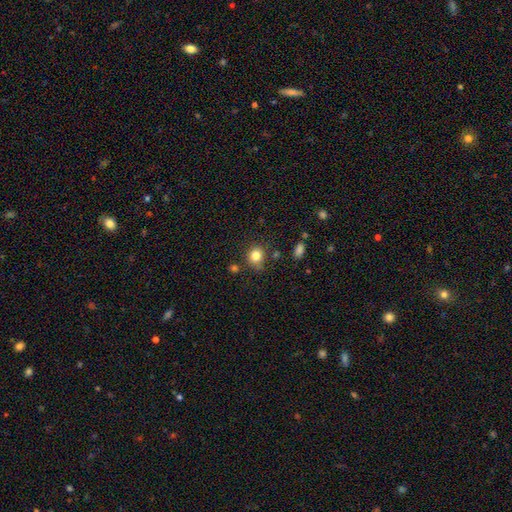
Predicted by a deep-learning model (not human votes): Overall: smooth (83%). How rounded: round (77%). Merging: none (71%).